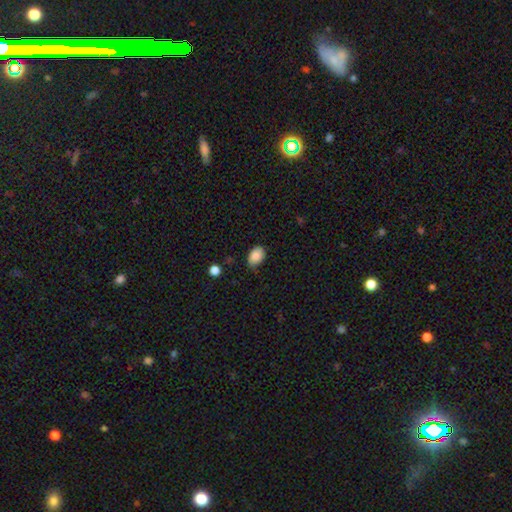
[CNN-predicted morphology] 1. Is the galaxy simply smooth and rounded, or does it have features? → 87% smooth, 8% star or artifact, 5% featured or disk.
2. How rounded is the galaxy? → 83% in between, 15% round, 1% cigar-shaped.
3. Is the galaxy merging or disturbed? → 72% none, 23% minor disturbance, 4% major disturbance, 2% merger.